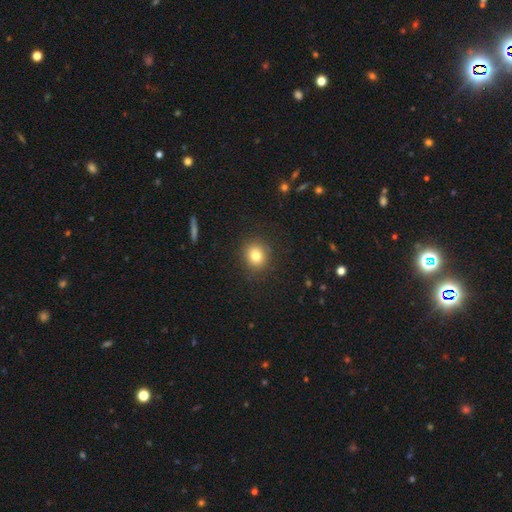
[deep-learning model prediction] Smooth or featured?
  - smooth: 81% *
  - star or artifact: 12%
  - featured or disk: 8%
How rounded?
  - round: 83% *
  - in between: 16%
  - cigar-shaped: 1%
Merging?
  - none: 88% *
  - minor disturbance: 8%
  - major disturbance: 3%
  - merger: 1%